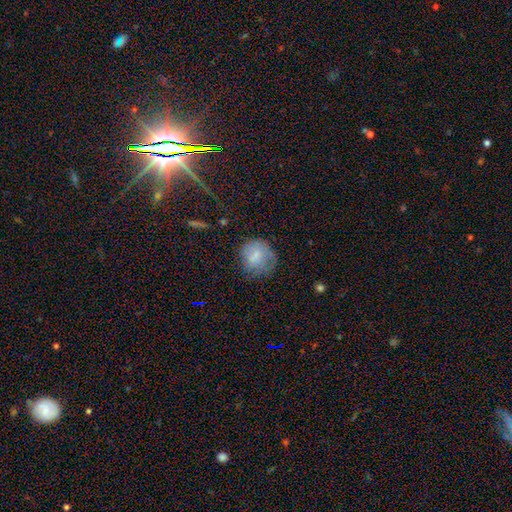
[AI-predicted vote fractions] smooth-or-featured: smooth: 72% | featured or disk: 18% | star or artifact: 10%
  how-rounded: round: 80% | in between: 19% | cigar-shaped: 1%
  merging: none: 56% | minor disturbance: 27% | major disturbance: 15% | merger: 2%